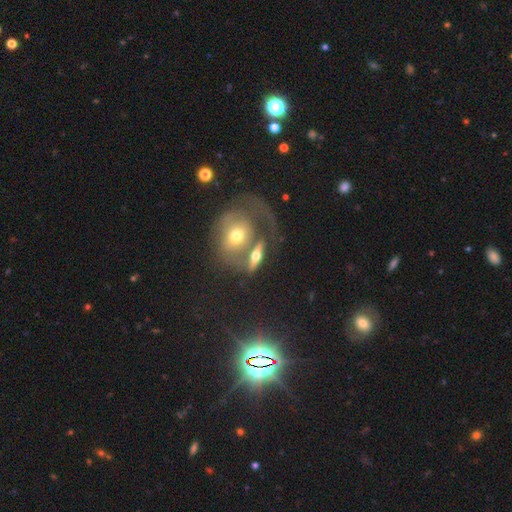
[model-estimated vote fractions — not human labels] featured or disk 47%, smooth 43%, star or artifact 9%. Down the decision tree: merging — merger (41%).